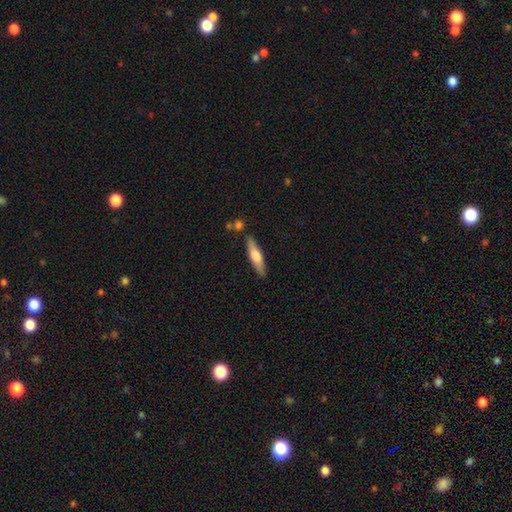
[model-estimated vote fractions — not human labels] smooth-or-featured: smooth: 55% | featured or disk: 39% | star or artifact: 5%
  how-rounded: cigar-shaped: 76% | in between: 22% | round: 2%
  merging: none: 82% | minor disturbance: 11% | merger: 4% | major disturbance: 2%